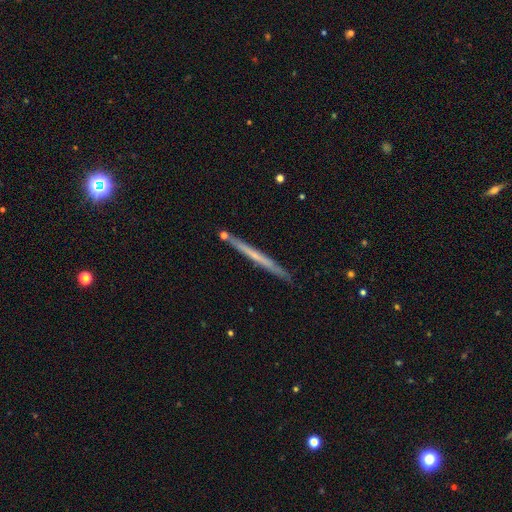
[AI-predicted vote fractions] The model was most divided on "smooth or featured": featured or disk: 54%, smooth: 40%, star or artifact: 6%. More confident: edge-on disk — yes (97%); merging — none (88%); edge-on bulge — none (86%).